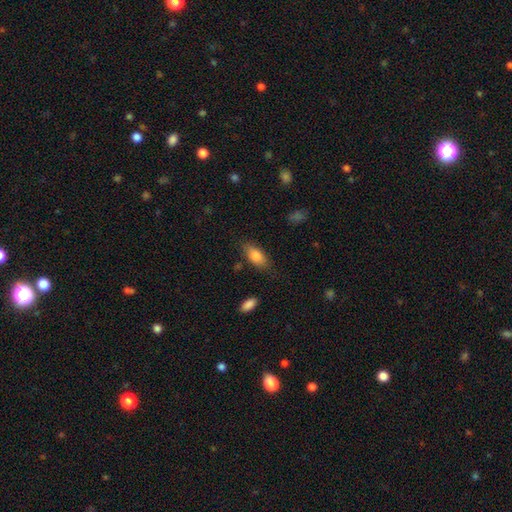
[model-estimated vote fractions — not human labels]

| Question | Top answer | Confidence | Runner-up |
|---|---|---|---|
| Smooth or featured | smooth | 83% | featured or disk (11%) |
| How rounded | in between | 84% | cigar-shaped (13%) |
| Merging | none | 76% | minor disturbance (17%) |